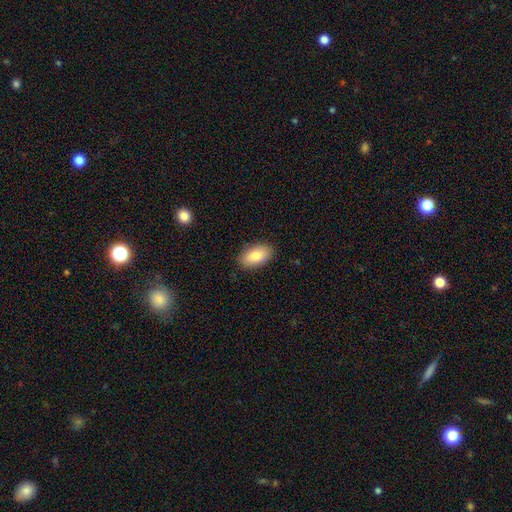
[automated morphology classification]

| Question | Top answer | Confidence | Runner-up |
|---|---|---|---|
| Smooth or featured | smooth | 83% | featured or disk (11%) |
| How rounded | in between | 94% | round (4%) |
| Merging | none | 87% | minor disturbance (10%) |